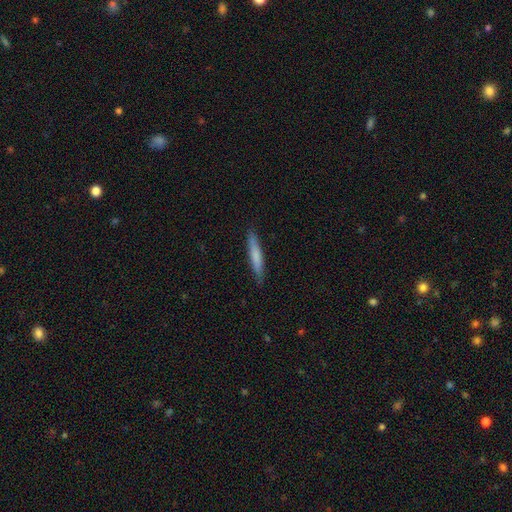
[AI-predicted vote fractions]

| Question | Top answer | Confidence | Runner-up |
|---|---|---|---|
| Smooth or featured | smooth | 72% | featured or disk (23%) |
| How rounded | cigar-shaped | 93% | in between (5%) |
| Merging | none | 88% | minor disturbance (9%) |